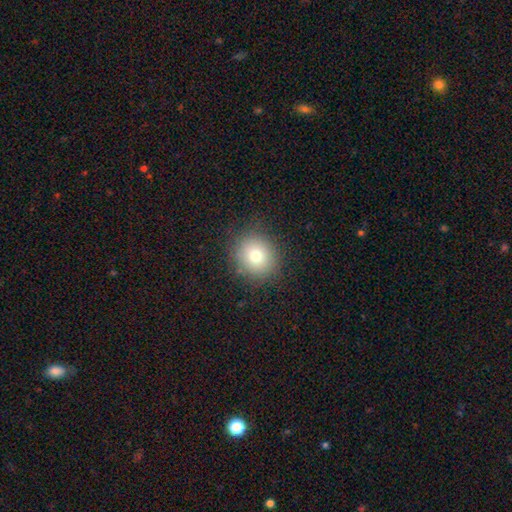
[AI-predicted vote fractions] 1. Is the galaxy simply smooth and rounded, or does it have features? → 75% smooth, 13% star or artifact, 12% featured or disk.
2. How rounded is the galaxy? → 84% round, 15% in between, 1% cigar-shaped.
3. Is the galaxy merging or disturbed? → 86% none, 9% minor disturbance, 4% major disturbance, 1% merger.